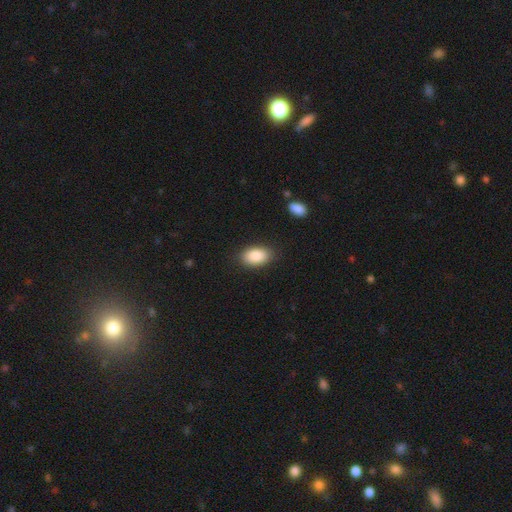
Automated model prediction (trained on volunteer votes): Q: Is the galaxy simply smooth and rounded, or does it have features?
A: smooth — 88%.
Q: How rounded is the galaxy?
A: in between — 91%.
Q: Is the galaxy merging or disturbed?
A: none — 86%.